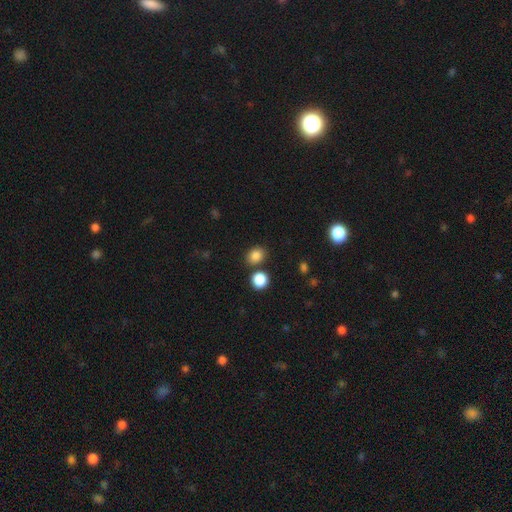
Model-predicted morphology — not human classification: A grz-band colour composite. It shows a smooth galaxy with no disk features (84%) that is round (62%). Merging: none (74%).